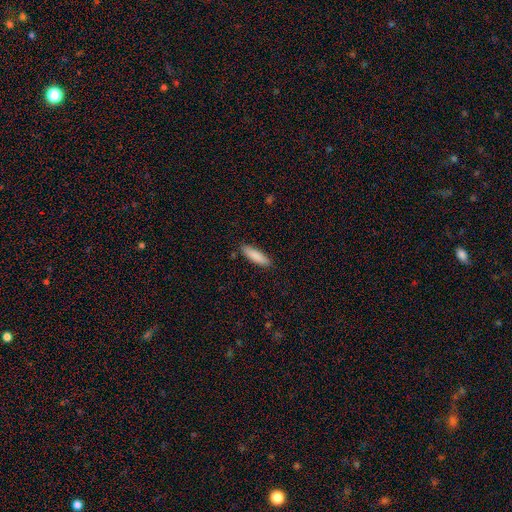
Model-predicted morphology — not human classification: Smooth or featured: smooth — 87% (featured or disk — 7%)
How rounded: cigar-shaped — 57% (in between — 42%)
Merging: none — 87% (minor disturbance — 10%)